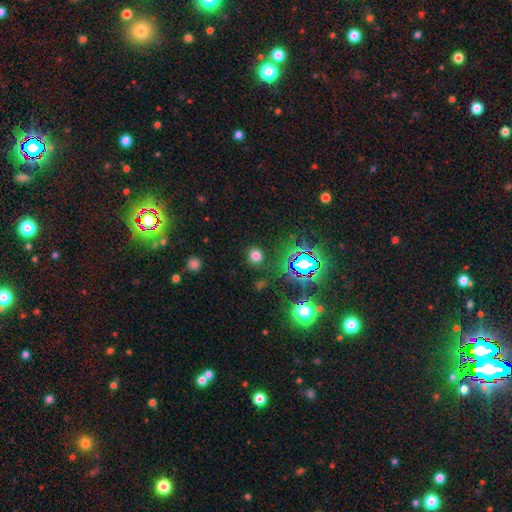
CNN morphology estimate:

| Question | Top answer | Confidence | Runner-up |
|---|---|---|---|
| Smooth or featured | smooth | 70% | star or artifact (25%) |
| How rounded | round | 87% | in between (12%) |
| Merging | none | 88% | minor disturbance (7%) |